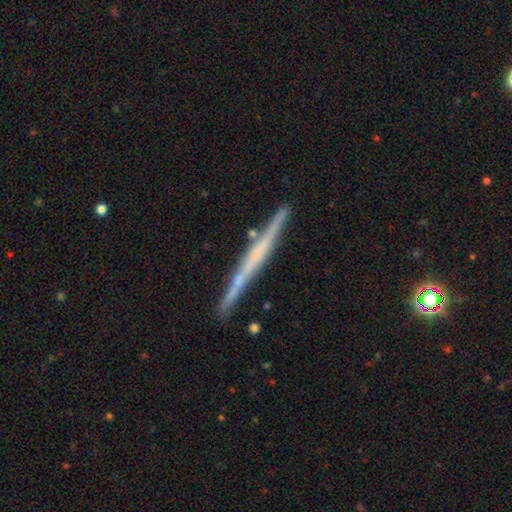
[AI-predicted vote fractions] A featured or disk galaxy (65%) viewed edge-on (97%) with no central bulge (75%). Merging: none (88%).